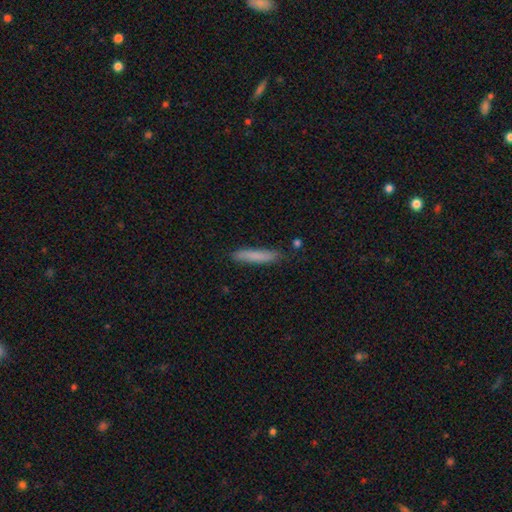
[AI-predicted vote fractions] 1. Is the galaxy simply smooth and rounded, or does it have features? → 80% smooth, 13% featured or disk, 7% star or artifact.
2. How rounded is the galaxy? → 90% cigar-shaped, 8% in between, 1% round.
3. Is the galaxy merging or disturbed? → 82% none, 13% minor disturbance, 2% major disturbance, 2% merger.